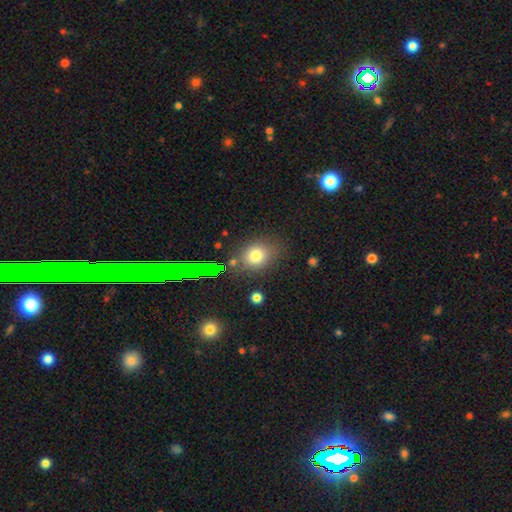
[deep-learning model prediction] smooth-or-featured: smooth: 75% | star or artifact: 15% | featured or disk: 10%
  how-rounded: round: 59% | in between: 39% | cigar-shaped: 1%
  merging: none: 72% | minor disturbance: 14% | merger: 8% | major disturbance: 6%